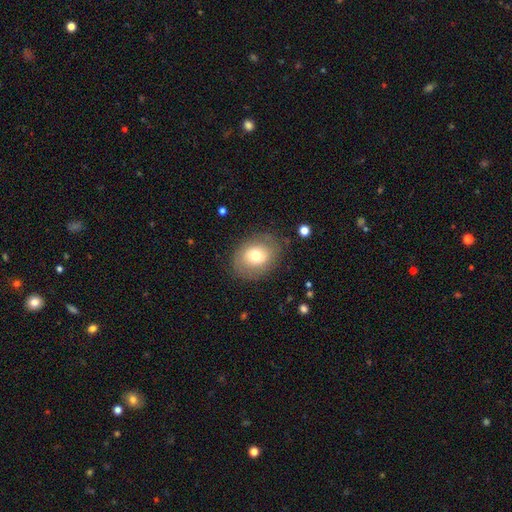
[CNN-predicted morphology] This is likely a smooth galaxy (66%). How rounded: possibly in between (54%). Merging: likely none (79%).